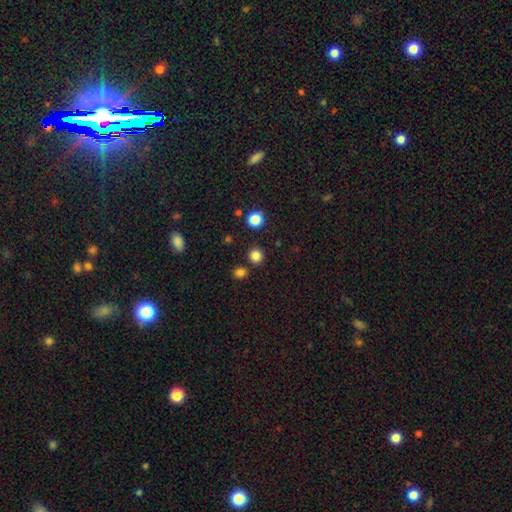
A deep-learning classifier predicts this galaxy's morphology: Q: Smooth or featured?
A: smooth (82%); runner-up: star or artifact (14%)
Q: How rounded?
A: round (88%); runner-up: in between (11%)
Q: Merging?
A: none (84%); runner-up: minor disturbance (7%)